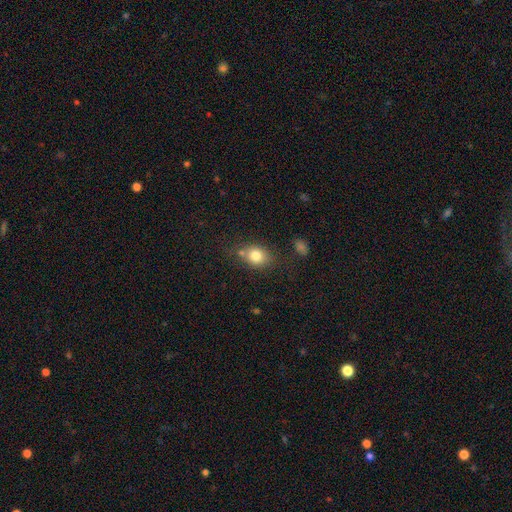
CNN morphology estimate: Smooth or featured?
  - smooth: 79% *
  - star or artifact: 11%
  - featured or disk: 10%
How rounded?
  - round: 49% * (tied)
  - in between: 49% * (tied)
  - cigar-shaped: 1%
Merging?
  - none: 65% *
  - minor disturbance: 18%
  - merger: 11%
  - major disturbance: 6%